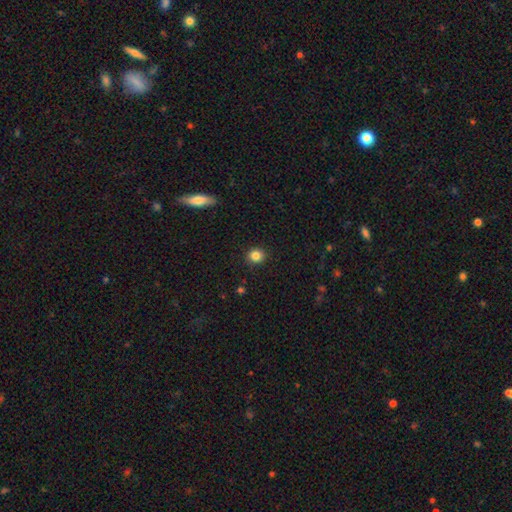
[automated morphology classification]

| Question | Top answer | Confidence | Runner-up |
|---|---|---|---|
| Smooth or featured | smooth | 84% | star or artifact (11%) |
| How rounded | round | 85% | in between (14%) |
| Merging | none | 91% | minor disturbance (6%) |